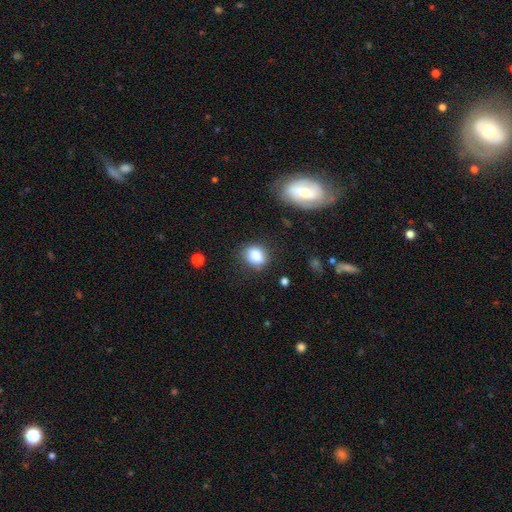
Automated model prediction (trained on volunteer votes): A smooth galaxy with no disk features (83%) that is in between round and cigar-shaped (51%).

Vote fractions:
- Smooth or featured? smooth: 83% / star or artifact: 9% / featured or disk: 8%
- How rounded? in between: 51% / round: 48% / cigar-shaped: 1%
- Merging? none: 73% / minor disturbance: 19% / major disturbance: 5% / merger: 3%